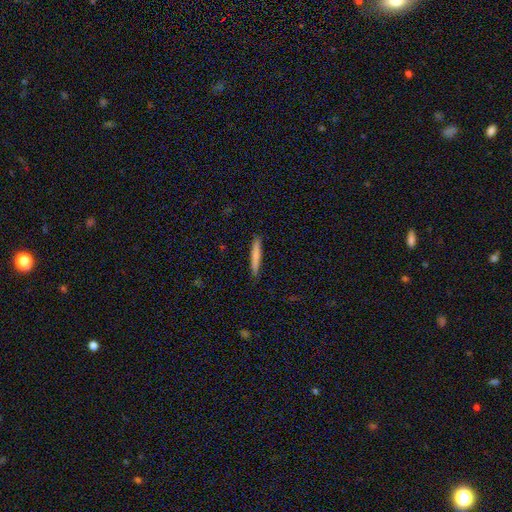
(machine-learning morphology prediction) This is likely a smooth galaxy (78%). How rounded: clearly cigar-shaped (94%). Merging: clearly none (89%).